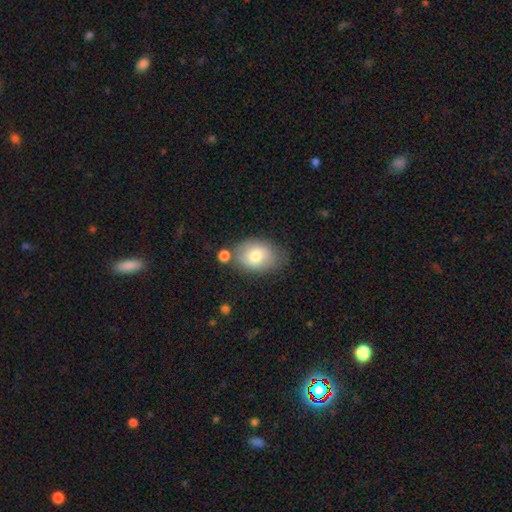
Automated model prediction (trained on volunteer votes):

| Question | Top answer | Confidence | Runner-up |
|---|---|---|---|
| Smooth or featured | smooth | 76% | featured or disk (16%) |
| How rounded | in between | 80% | round (19%) |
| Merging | none | 63% | minor disturbance (21%) |